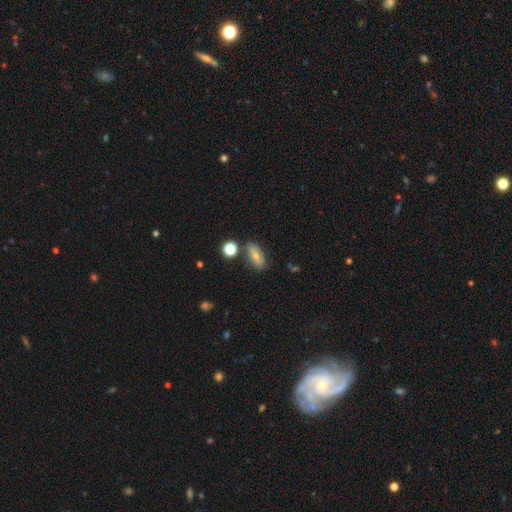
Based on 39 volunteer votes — Smooth or featured? smooth (59%)
How rounded? in between (83%)
Merging? none (50%)